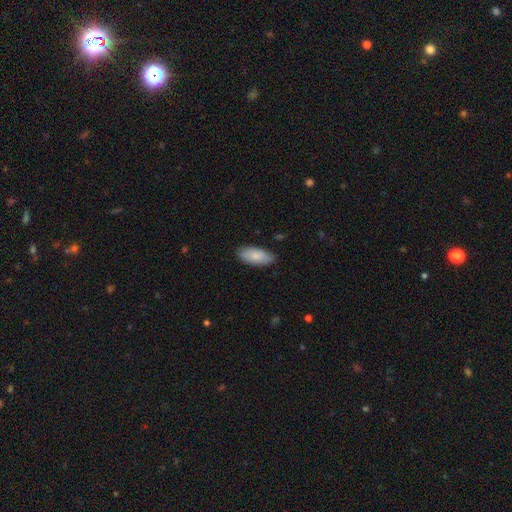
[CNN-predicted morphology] type=smooth (85%); roundness=in between (86%); merging=none (84%).